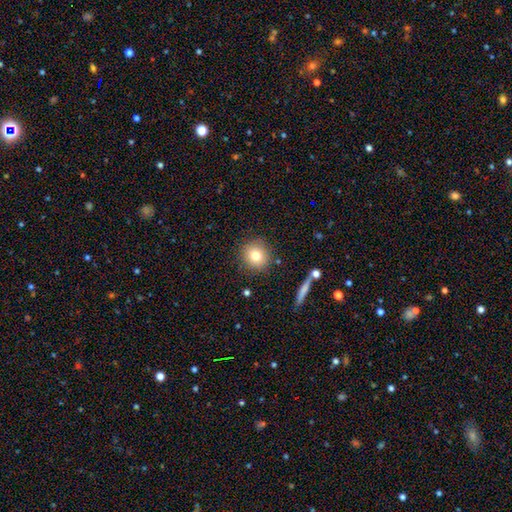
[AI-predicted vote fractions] Smooth or featured? smooth (77%)
How rounded? round (91%)
Merging? none (86%)